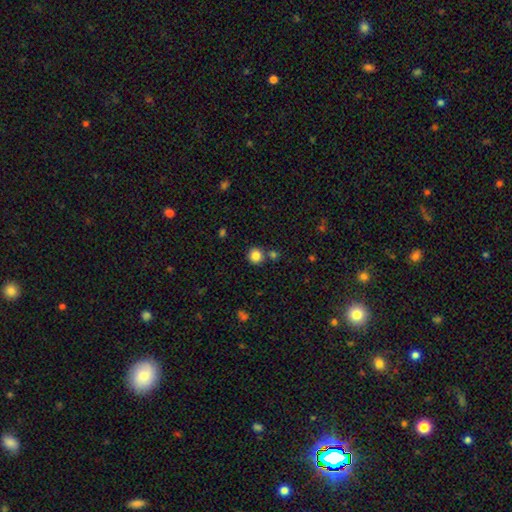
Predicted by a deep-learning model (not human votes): Overall: smooth (84%). How rounded: round (91%). Merging: none (76%).